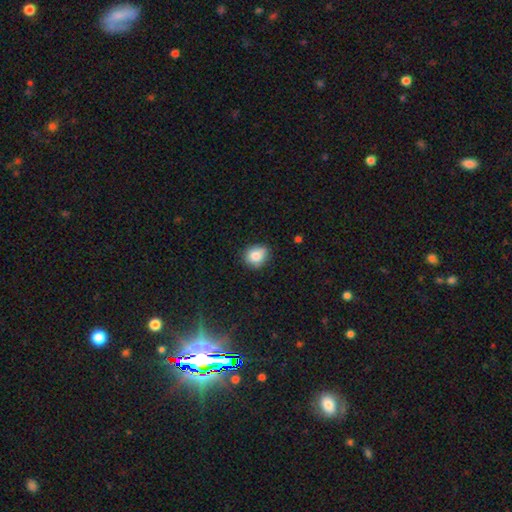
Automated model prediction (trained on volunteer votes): smooth-or-featured: smooth: 83% | star or artifact: 10% | featured or disk: 7%
  how-rounded: round: 72% | in between: 27% | cigar-shaped: 1%
  merging: none: 74% | minor disturbance: 20% | major disturbance: 3% | merger: 2%